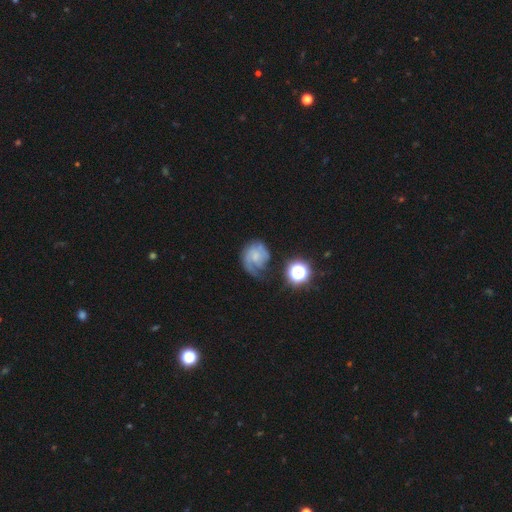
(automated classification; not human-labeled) This appears to be a featured or disk galaxy (62%) with no bar (71%), 1 (45%) tight (41%) spiral arms (86%) and a small central bulge (39%). Merging: none (43%).